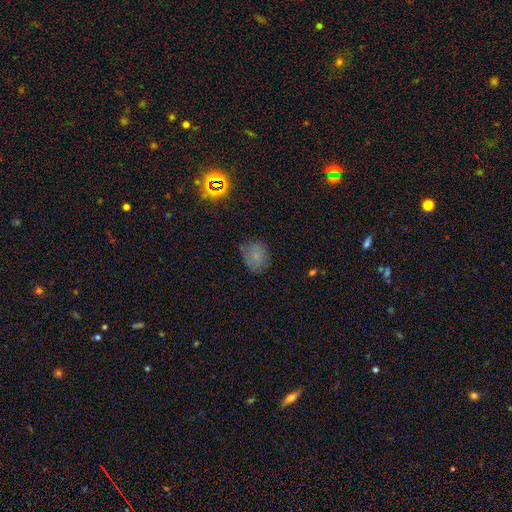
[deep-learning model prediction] Morphology: type=smooth (68%); roundness=round (50%); merging=none (69%).